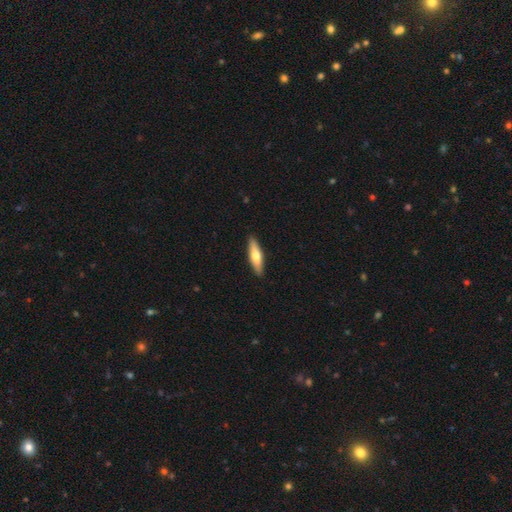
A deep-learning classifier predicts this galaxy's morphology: Smooth or featured: smooth — 58% (featured or disk — 36%)
How rounded: cigar-shaped — 69% (in between — 29%)
Merging: none — 91% (minor disturbance — 7%)